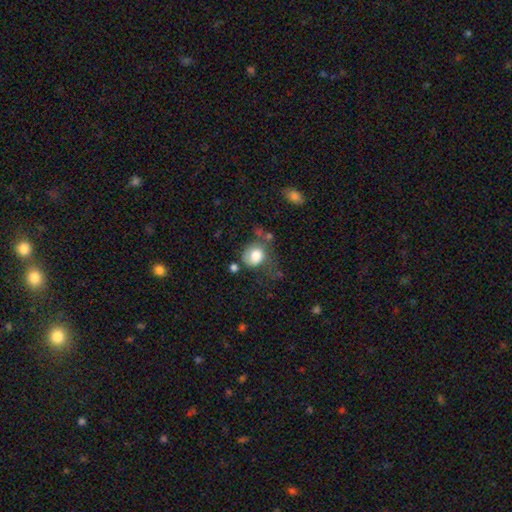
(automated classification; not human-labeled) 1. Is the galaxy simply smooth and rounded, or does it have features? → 79% smooth, 13% featured or disk, 9% star or artifact.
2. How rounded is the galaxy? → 65% round, 35% in between, 1% cigar-shaped.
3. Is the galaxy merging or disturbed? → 41% none, 27% minor disturbance, 22% major disturbance, 9% merger.